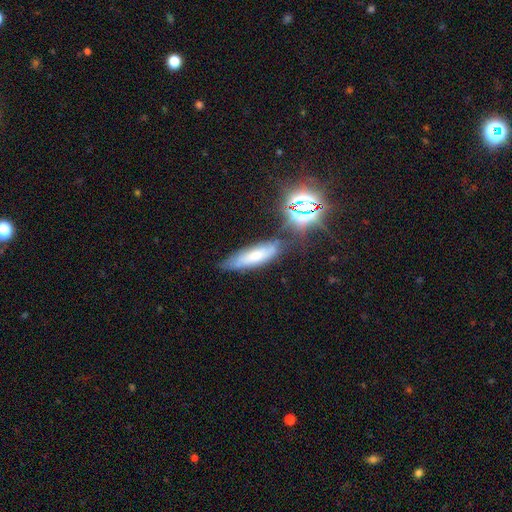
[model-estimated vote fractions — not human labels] Overall: smooth (53%; featured or disk 28%). How rounded: cigar-shaped (50%; in between 46%). Merging: none (68%).